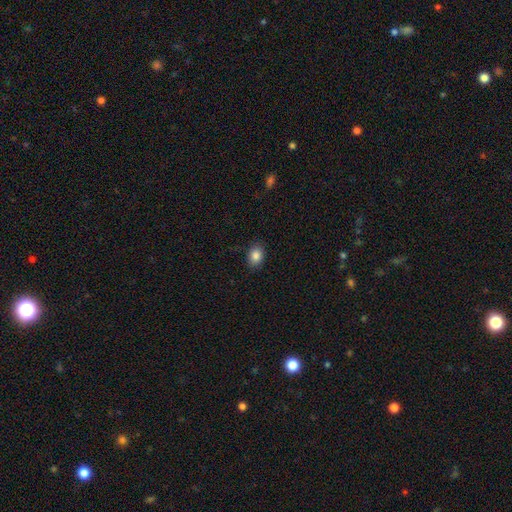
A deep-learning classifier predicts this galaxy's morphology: Smooth or featured? smooth (85%)
How rounded? in between (69%)
Merging? none (86%)